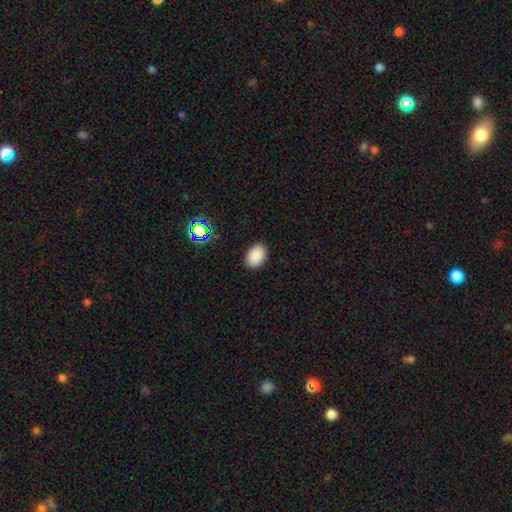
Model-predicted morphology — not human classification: This is clearly a smooth galaxy (87%). How rounded: clearly in between (84%). Merging: clearly none (88%).